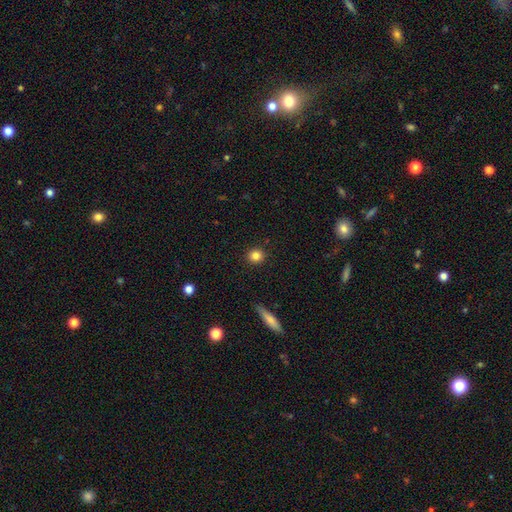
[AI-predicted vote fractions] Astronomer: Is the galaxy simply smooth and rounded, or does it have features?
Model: smooth — 83%.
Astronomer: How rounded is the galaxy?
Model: round — 89%.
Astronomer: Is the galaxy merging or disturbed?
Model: none — 91%.